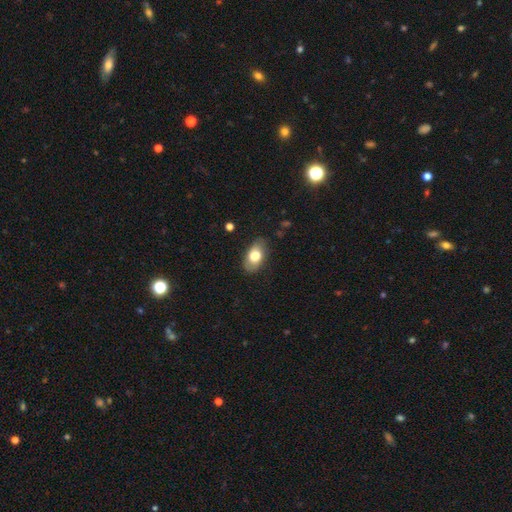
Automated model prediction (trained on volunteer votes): smooth-or-featured: smooth: 74% | featured or disk: 19% | star or artifact: 7%
  how-rounded: in between: 91% | round: 7% | cigar-shaped: 2%
  merging: none: 79% | minor disturbance: 16% | major disturbance: 4% | merger: 1%